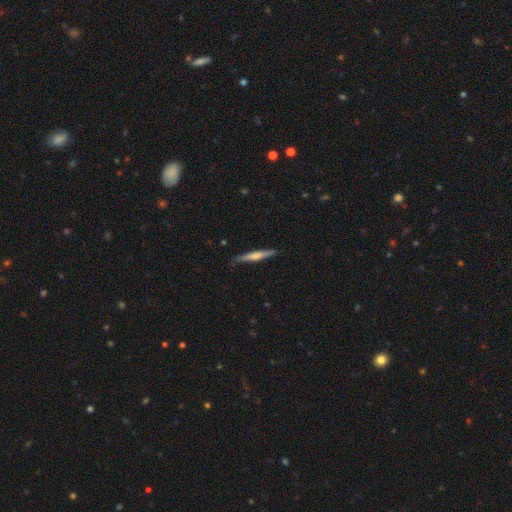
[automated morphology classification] A featured or disk galaxy (56%) viewed edge-on (96%) with a rounded central bulge (60%).

Vote fractions:
- Smooth or featured? featured or disk: 56% / smooth: 38% / star or artifact: 6%
- Edge-on disk? yes: 96% / no: 4%
- Edge-on bulge? rounded: 60% / none: 25% / boxy: 15%
- Merging? none: 82% / minor disturbance: 15% / major disturbance: 2% / merger: 1%